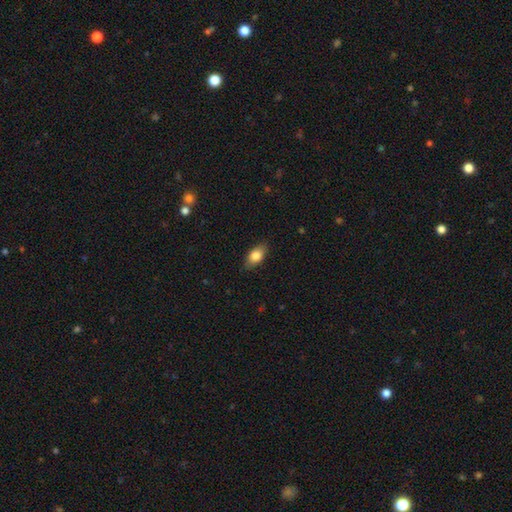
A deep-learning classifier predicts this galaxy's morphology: Q: Smooth or featured?
A: smooth (79%); runner-up: featured or disk (13%)
Q: How rounded?
A: in between (86%); runner-up: round (9%)
Q: Merging?
A: none (84%); runner-up: minor disturbance (13%)